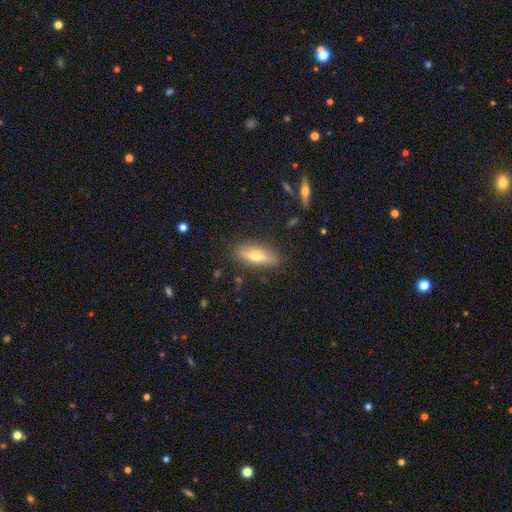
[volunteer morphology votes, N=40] smooth_or_featured: featured or disk (p=0.72) [alt: smooth p=0.23]
disk_edge_on: yes (p=0.93) [alt: no p=0.07]
edge_on_bulge: rounded (p=1.00)
merging: none (p=0.95) [alt: minor disturbance p=0.03]